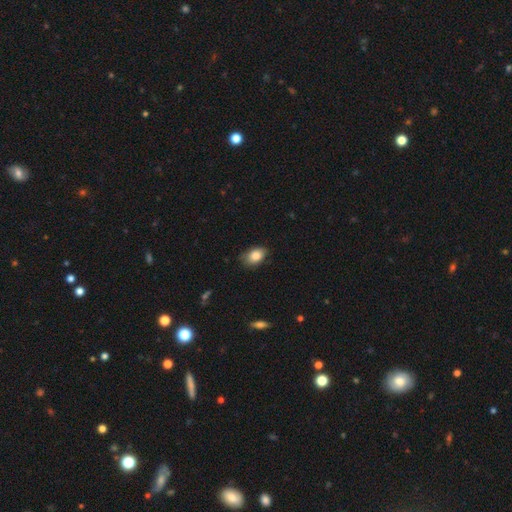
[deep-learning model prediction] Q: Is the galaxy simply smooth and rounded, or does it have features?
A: smooth — 85%.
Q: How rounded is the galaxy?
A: in between — 84%.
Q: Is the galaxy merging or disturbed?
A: none — 74%.